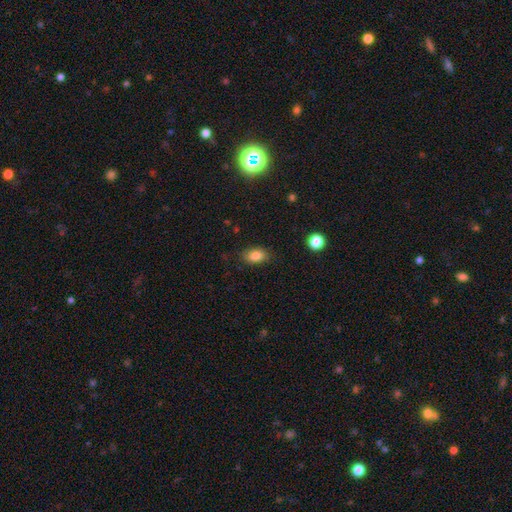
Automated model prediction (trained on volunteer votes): Q: Smooth or featured?
A: smooth (84%); runner-up: star or artifact (9%)
Q: How rounded?
A: in between (87%); runner-up: round (10%)
Q: Merging?
A: none (84%); runner-up: minor disturbance (12%)